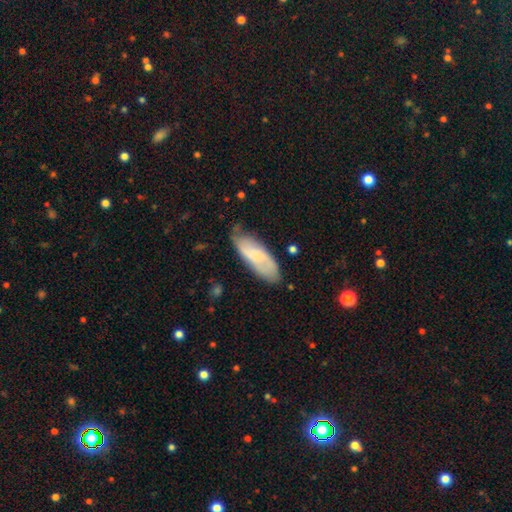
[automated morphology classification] Smooth or featured? smooth (62%)
How rounded? in between (66%)
Merging? none (68%)